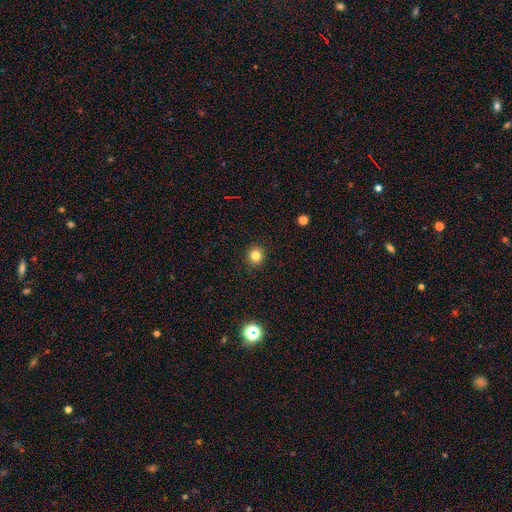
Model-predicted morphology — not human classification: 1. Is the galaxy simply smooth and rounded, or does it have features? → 82% smooth, 13% star or artifact, 5% featured or disk.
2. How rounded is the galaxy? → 91% round, 8% in between, 1% cigar-shaped.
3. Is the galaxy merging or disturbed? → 92% none, 5% minor disturbance, 2% major disturbance, 1% merger.